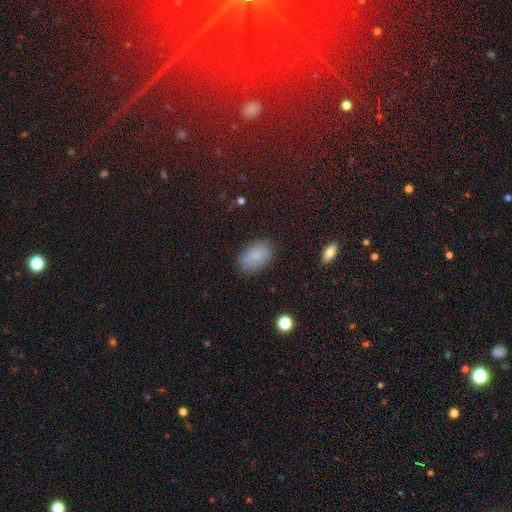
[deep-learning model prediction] smooth-or-featured: smooth: 83% | star or artifact: 9% | featured or disk: 7%
  how-rounded: in between: 91% | round: 8% | cigar-shaped: 1%
  merging: none: 83% | minor disturbance: 13% | major disturbance: 3% | merger: 1%